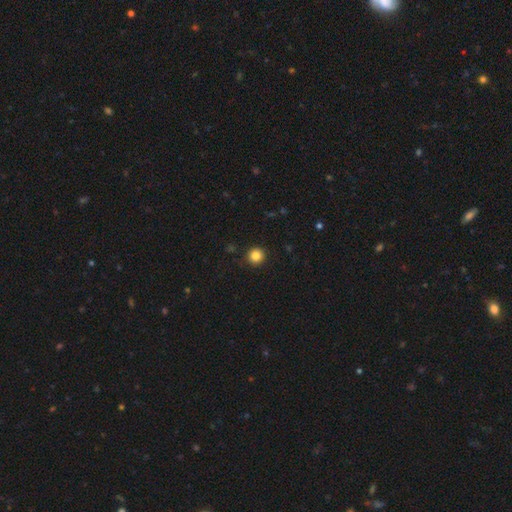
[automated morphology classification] smooth-or-featured: smooth: 85% | star or artifact: 11% | featured or disk: 4%
  how-rounded: round: 95% | in between: 4% | cigar-shaped: 1%
  merging: none: 92% | minor disturbance: 5% | major disturbance: 2% | merger: 1%